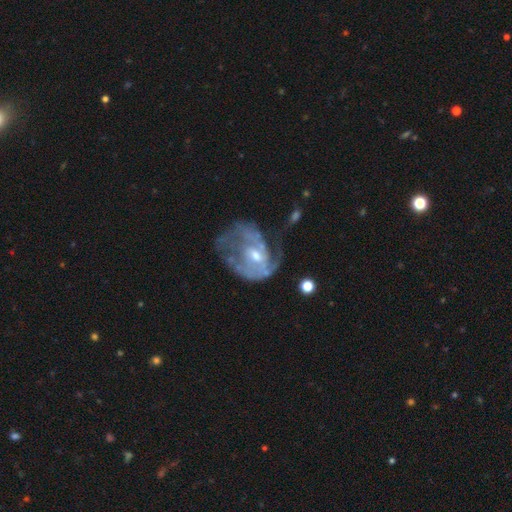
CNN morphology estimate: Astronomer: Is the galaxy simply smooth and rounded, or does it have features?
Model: featured or disk — 77%.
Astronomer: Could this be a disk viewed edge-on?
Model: no — 97%.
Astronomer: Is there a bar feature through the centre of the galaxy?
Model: no — 51% (runner-up: weak, 40%).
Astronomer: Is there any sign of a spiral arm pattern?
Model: yes — 69%.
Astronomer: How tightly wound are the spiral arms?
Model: medium — 38% (runner-up: tight, 34%).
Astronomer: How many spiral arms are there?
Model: can't tell — 35% (runner-up: 2, 34%).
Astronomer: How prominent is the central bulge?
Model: moderate — 49% (runner-up: small, 44%).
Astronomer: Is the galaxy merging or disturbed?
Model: major disturbance — 44% (runner-up: none, 28%).